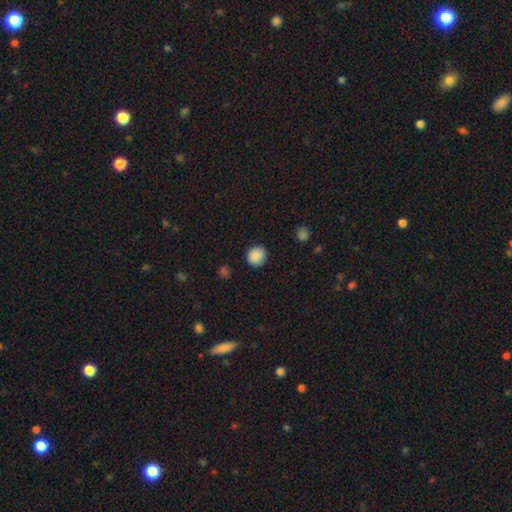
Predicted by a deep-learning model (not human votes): Smooth or featured? smooth (88%)
How rounded? round (88%)
Merging? none (86%)